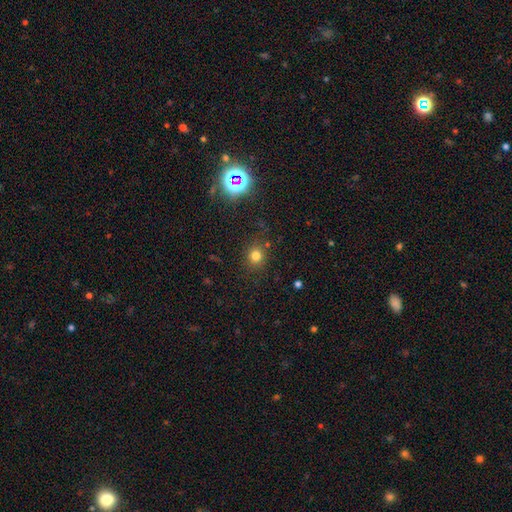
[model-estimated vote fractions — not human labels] This is likely a smooth galaxy (74%). How rounded: clearly round (83%). Merging: clearly none (83%).